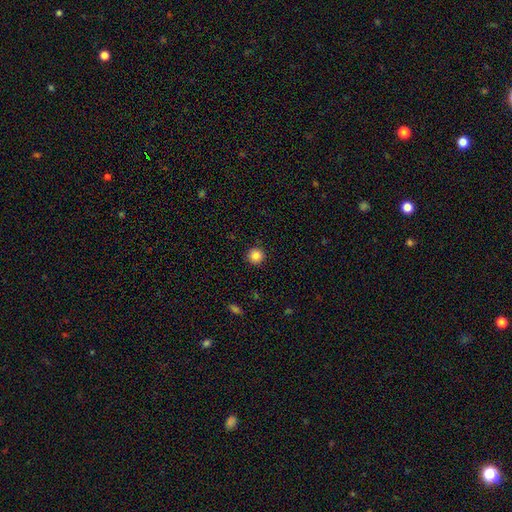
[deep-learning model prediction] Smooth or featured?
  - smooth: 86% *
  - star or artifact: 10%
  - featured or disk: 4%
How rounded?
  - round: 96% *
  - in between: 4%
  - cigar-shaped: 1%
Merging?
  - none: 93% *
  - minor disturbance: 5%
  - major disturbance: 2%
  - merger: 1%